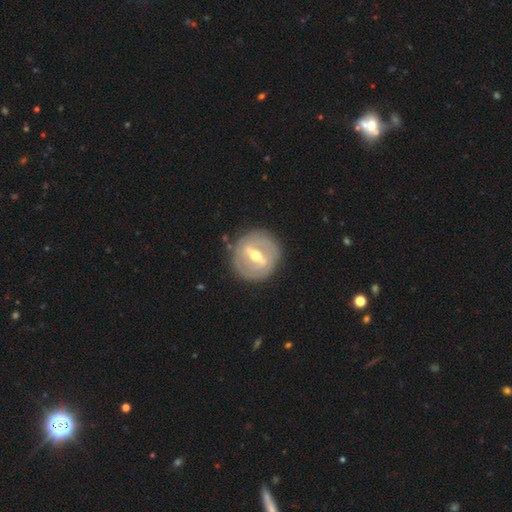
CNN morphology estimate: This appears to be a featured or disk galaxy (78%) with a strong bar (67%), no spiral arms (52%) and a moderate central bulge (74%). Merging: none (83%).